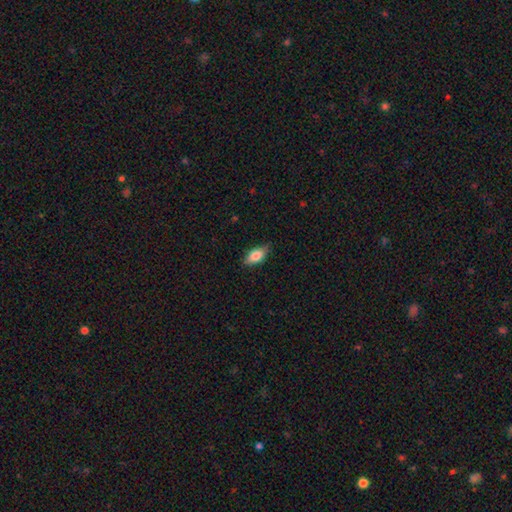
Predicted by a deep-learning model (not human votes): A smooth galaxy with no disk features (79%) that is in between round and cigar-shaped (87%).

Vote fractions:
- Smooth or featured? smooth: 79% / featured or disk: 14% / star or artifact: 7%
- How rounded? in between: 87% / cigar-shaped: 9% / round: 4%
- Merging? none: 75% / minor disturbance: 20% / major disturbance: 3% / merger: 1%